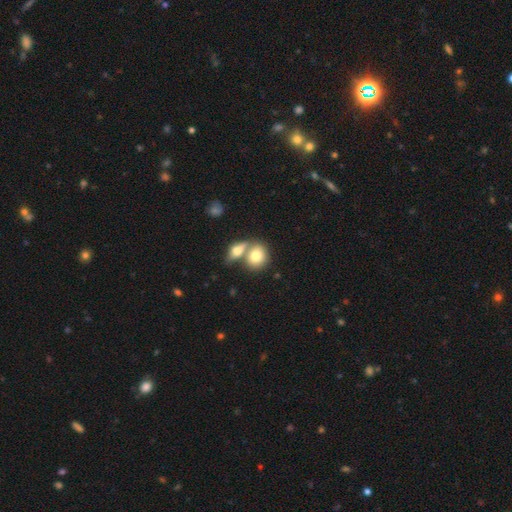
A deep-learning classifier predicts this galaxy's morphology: Smooth or featured? Predicted: smooth (p=0.76). How rounded? Predicted: round (p=0.50). Merging? Predicted: merger (p=0.55).